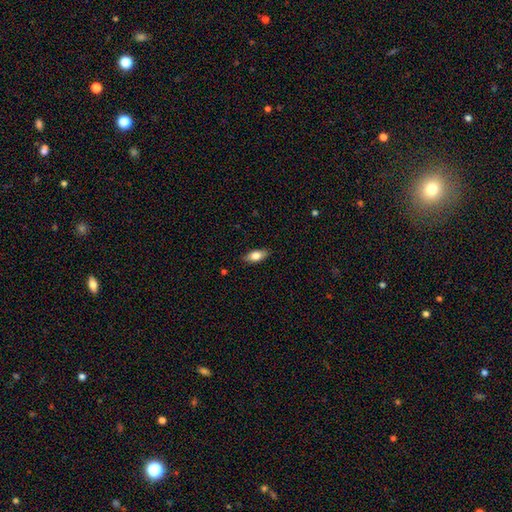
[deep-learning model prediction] A smooth galaxy with no disk features (76%) that is in between round and cigar-shaped (82%).

Vote fractions:
- Smooth or featured? smooth: 76% / featured or disk: 18% / star or artifact: 7%
- How rounded? in between: 82% / cigar-shaped: 14% / round: 4%
- Merging? none: 86% / minor disturbance: 11% / major disturbance: 2% / merger: 1%